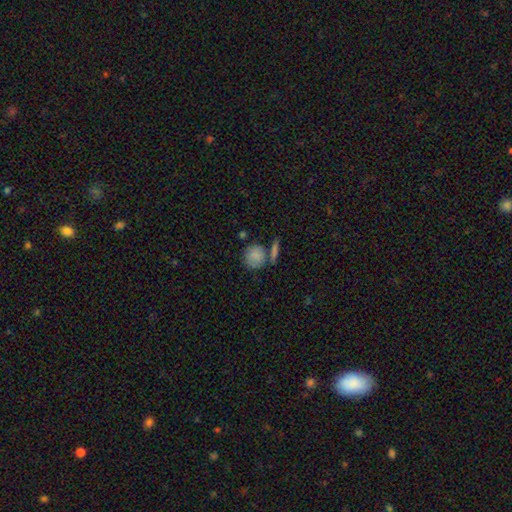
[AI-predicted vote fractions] A smooth galaxy with no disk features (84%) that is round (79%).

Vote fractions:
- Smooth or featured? smooth: 84% / star or artifact: 9% / featured or disk: 8%
- How rounded? round: 79% / in between: 19% / cigar-shaped: 2%
- Merging? none: 60% / merger: 19% / minor disturbance: 15% / major disturbance: 5%